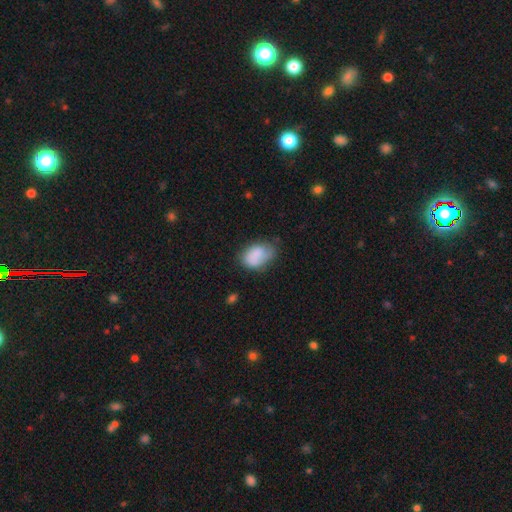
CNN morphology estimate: Smooth or featured: smooth — 82% (featured or disk — 10%)
How rounded: in between — 84% (round — 14%)
Merging: none — 49% (minor disturbance — 36%)